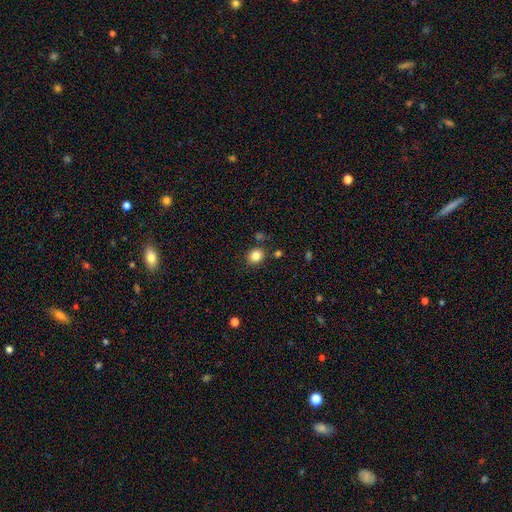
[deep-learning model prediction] Q: Smooth or featured?
A: smooth (84%); runner-up: star or artifact (11%)
Q: How rounded?
A: round (69%); runner-up: in between (30%)
Q: Merging?
A: none (83%); runner-up: minor disturbance (9%)